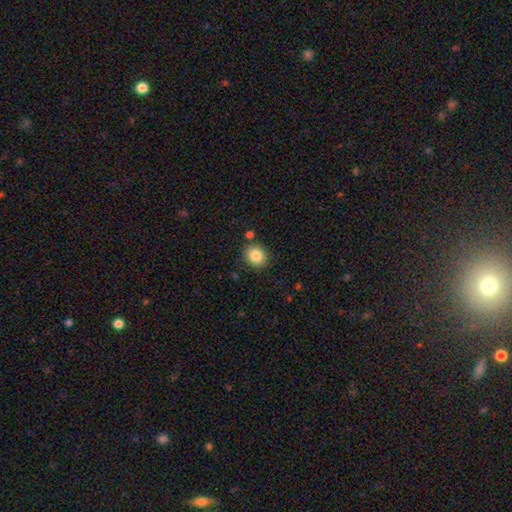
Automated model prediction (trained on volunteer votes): The model was most divided on "how rounded": round: 71%, in between: 28%, cigar-shaped: 1%. More confident: merging — none (86%); smooth or featured — smooth (85%).